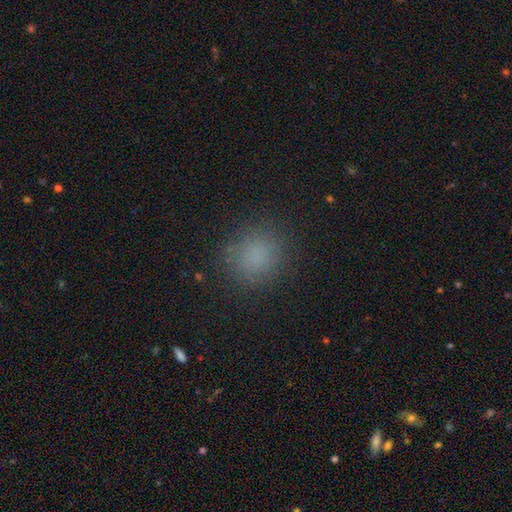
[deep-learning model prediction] Morphology: type=smooth (80%); roundness=round (84%); merging=none (87%).